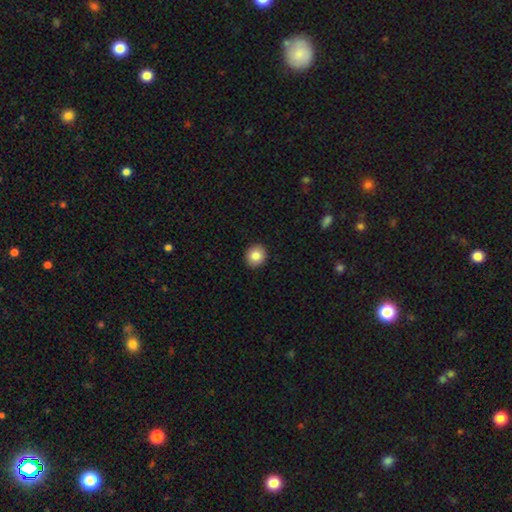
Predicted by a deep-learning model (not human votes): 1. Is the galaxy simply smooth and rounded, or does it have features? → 86% smooth, 8% star or artifact, 6% featured or disk.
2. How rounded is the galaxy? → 86% round, 13% in between, 1% cigar-shaped.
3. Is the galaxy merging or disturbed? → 93% none, 5% minor disturbance, 2% major disturbance, 1% merger.